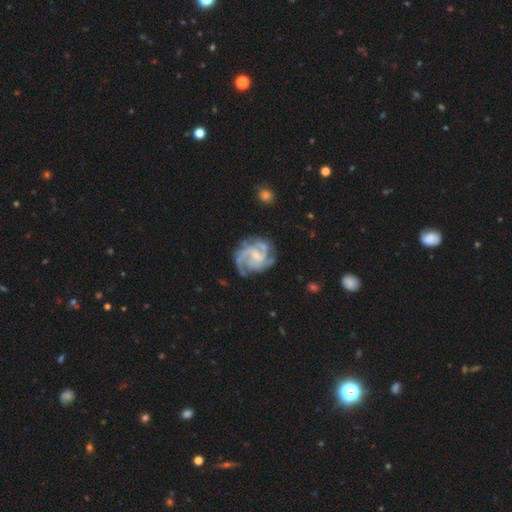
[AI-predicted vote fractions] featured or disk 90%, smooth 5%, star or artifact 5%. Down the decision tree: edge-on disk — no (98%); bar — no (49%); spiral arms — yes (98%); spiral arm count — 3 (42%); spiral winding — medium (48%); bulge size — small (68%); merging — none (69%).